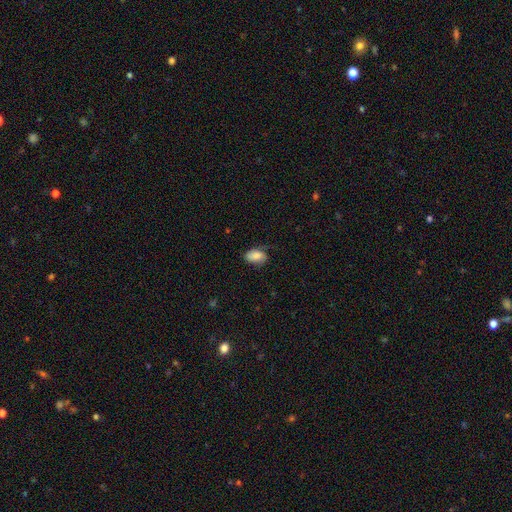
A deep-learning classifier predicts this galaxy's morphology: A smooth galaxy with no disk features (76%) that is in between round and cigar-shaped (89%). Merging: none (55%).